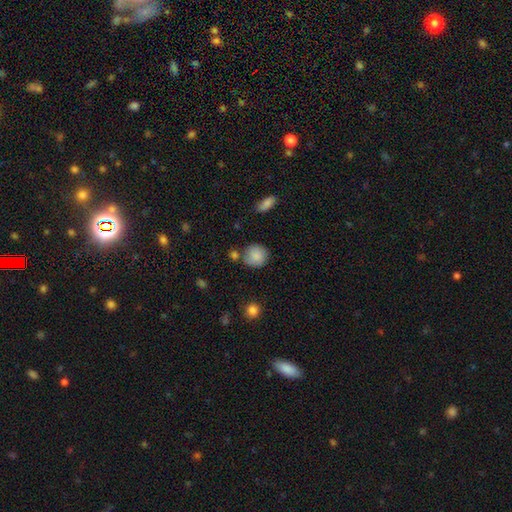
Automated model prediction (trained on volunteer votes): smooth-or-featured: smooth: 84% | star or artifact: 8% | featured or disk: 8%
  how-rounded: round: 87% | in between: 12% | cigar-shaped: 1%
  merging: none: 70% | minor disturbance: 17% | merger: 9% | major disturbance: 4%